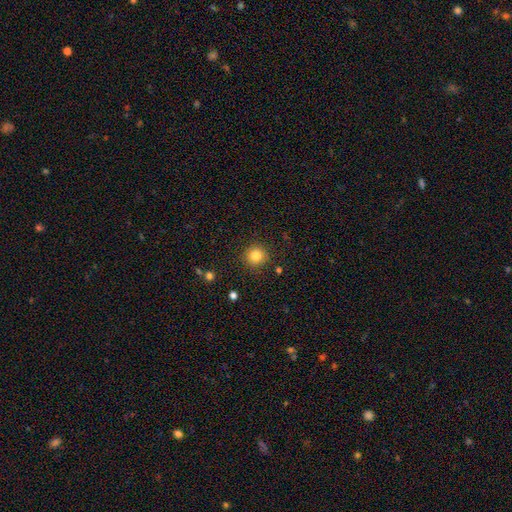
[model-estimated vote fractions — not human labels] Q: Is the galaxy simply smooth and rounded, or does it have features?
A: smooth — 84%.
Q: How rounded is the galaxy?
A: round — 93%.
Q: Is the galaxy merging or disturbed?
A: none — 89%.